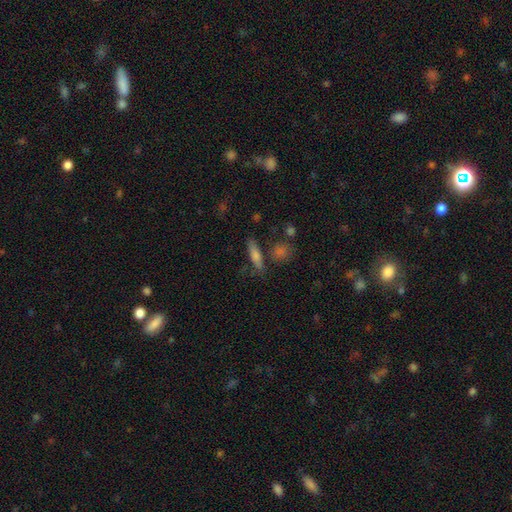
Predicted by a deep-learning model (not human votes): smooth_or_featured: smooth (p=0.69) [alt: featured or disk p=0.23]
how_rounded: cigar-shaped (p=0.71) [alt: in between p=0.25]
merging: none (p=0.76) [alt: minor disturbance p=0.13]